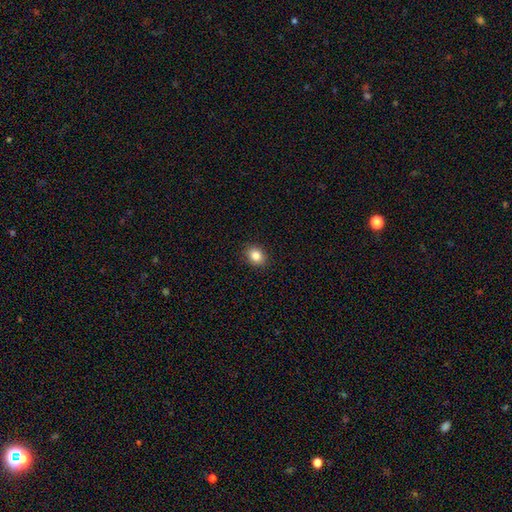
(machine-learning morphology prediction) Smooth or featured? Predicted: smooth (p=0.84). How rounded? Predicted: in between (p=0.50). Merging? Predicted: none (p=0.91).